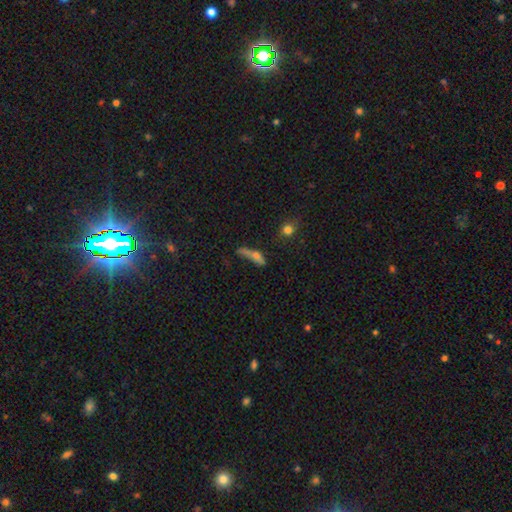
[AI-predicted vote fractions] The model was most divided on "merging": none: 42%, minor disturbance: 23%, major disturbance: 23%, merger: 12%. More confident: how rounded — cigar-shaped (68%); smooth or featured — smooth (55%).